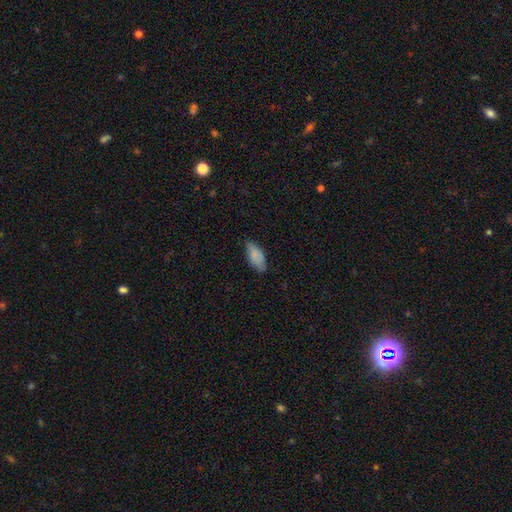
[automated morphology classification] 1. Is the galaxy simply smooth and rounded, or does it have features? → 85% smooth, 9% featured or disk, 6% star or artifact.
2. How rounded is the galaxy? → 89% in between, 9% cigar-shaped, 2% round.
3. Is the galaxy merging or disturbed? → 76% none, 20% minor disturbance, 3% major disturbance, 1% merger.